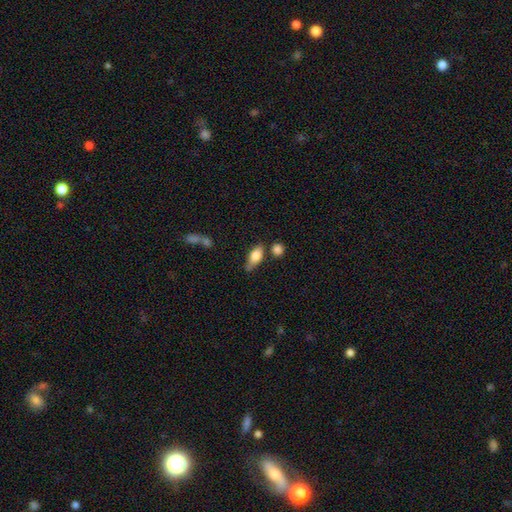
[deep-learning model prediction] This is likely a smooth galaxy (74%). How rounded: likely in between (79%). Merging: possibly none (56%).